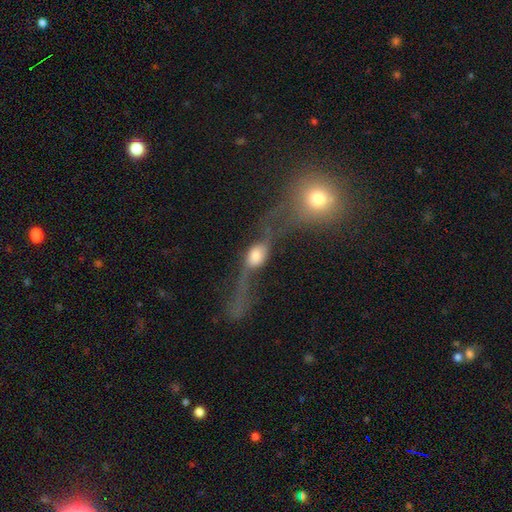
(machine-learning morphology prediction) A featured or disk galaxy (52%).

Vote fractions:
- Smooth or featured? featured or disk: 52% / smooth: 38% / star or artifact: 11%
- Edge-on disk? no: 63% / yes: 37%
- Merging? merger: 41% / major disturbance: 31% / none: 17% / minor disturbance: 11%